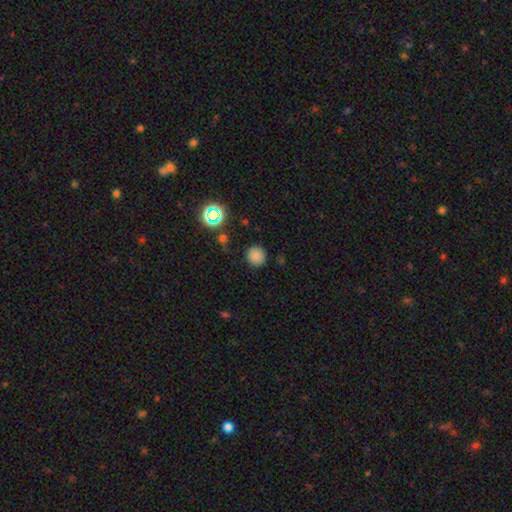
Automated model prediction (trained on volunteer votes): Smooth or featured?
  - smooth: 78% *
  - star or artifact: 17%
  - featured or disk: 5%
How rounded?
  - round: 90% *
  - in between: 9%
  - cigar-shaped: 1%
Merging?
  - none: 84% *
  - minor disturbance: 10%
  - major disturbance: 3%
  - merger: 2%